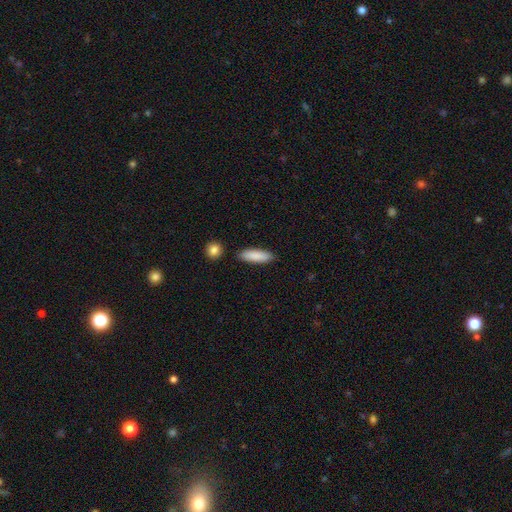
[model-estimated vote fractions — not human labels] Smooth or featured?
  - smooth: 87% *
  - featured or disk: 7%
  - star or artifact: 6%
How rounded?
  - cigar-shaped: 51% *
  - in between: 48%
  - round: 2%
Merging?
  - none: 86% *
  - minor disturbance: 9%
  - merger: 3%
  - major disturbance: 2%